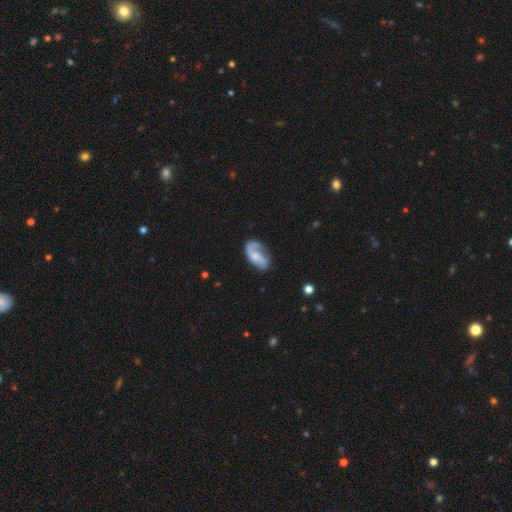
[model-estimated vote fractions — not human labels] Q: Smooth or featured?
A: featured or disk (65%); runner-up: smooth (29%)
Q: Edge-on disk?
A: no (96%); runner-up: yes (4%)
Q: Bar?
A: no (59%); runner-up: weak (32%)
Q: Spiral arms?
A: yes (89%); runner-up: no (11%)
Q: Spiral winding?
A: loose (44%); runner-up: medium (36%)
Q: Spiral arm count?
A: 2 (53%); runner-up: 1 (38%)
Q: Bulge size?
A: small (48%); runner-up: moderate (31%)
Q: Merging?
A: none (51%); runner-up: minor disturbance (26%)